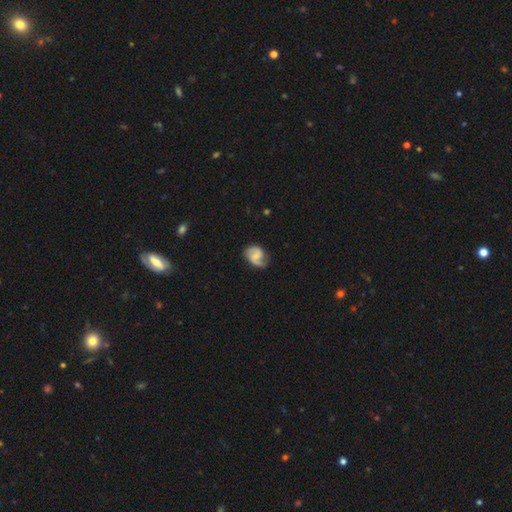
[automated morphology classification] Smooth or featured? Predicted: featured or disk (p=0.75). Edge-on disk? Predicted: no (p=0.98). Bar? Predicted: weak (p=0.46). Spiral arms? Predicted: yes (p=0.95). Spiral winding? Predicted: medium (p=0.47). Spiral arm count? Predicted: 2 (p=0.84). Bulge size? Predicted: small (p=0.46). Merging? Predicted: none (p=0.71).